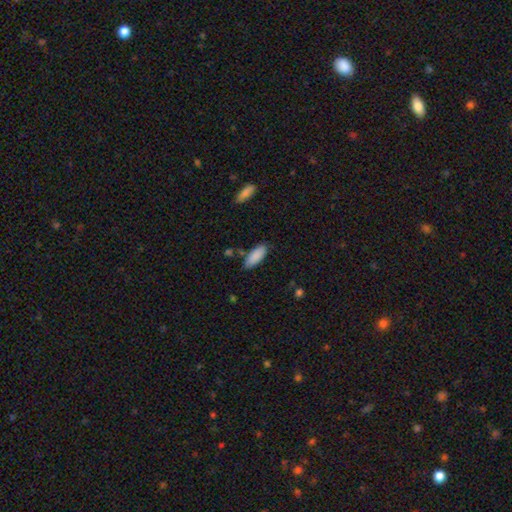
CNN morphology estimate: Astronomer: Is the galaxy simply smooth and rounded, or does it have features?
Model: smooth — 88%.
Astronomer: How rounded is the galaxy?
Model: in between — 77%.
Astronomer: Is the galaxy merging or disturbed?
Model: none — 79%.